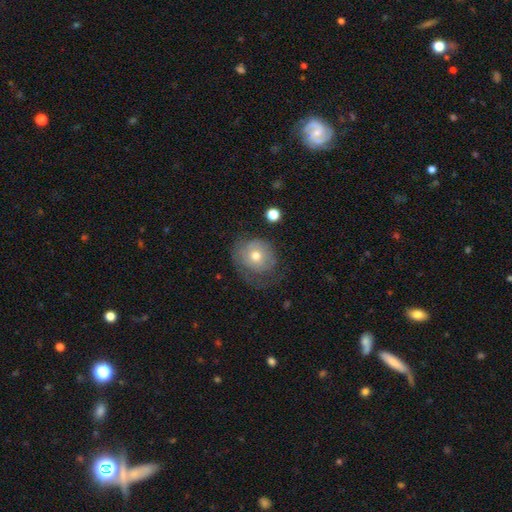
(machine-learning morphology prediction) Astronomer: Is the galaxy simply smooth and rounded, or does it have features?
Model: smooth — 49% (runner-up: featured or disk, 42%).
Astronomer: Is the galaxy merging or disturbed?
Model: none — 46% (runner-up: major disturbance, 26%).